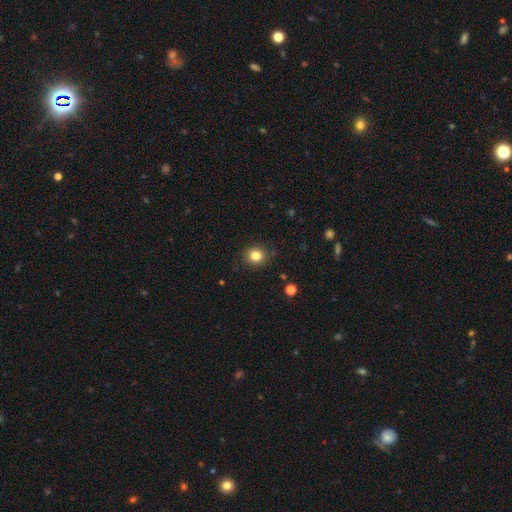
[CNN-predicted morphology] Smooth or featured?
  - smooth: 83% *
  - star or artifact: 12%
  - featured or disk: 6%
How rounded?
  - round: 87% *
  - in between: 12%
  - cigar-shaped: 1%
Merging?
  - none: 89% *
  - minor disturbance: 8%
  - major disturbance: 2%
  - merger: 1%